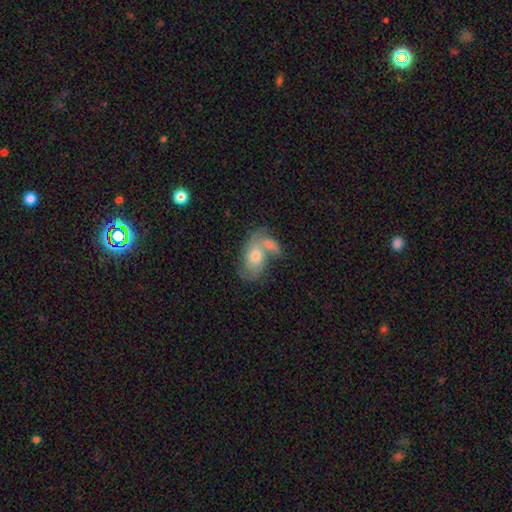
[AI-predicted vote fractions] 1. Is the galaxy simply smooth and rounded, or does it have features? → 49% featured or disk, 42% smooth, 8% star or artifact.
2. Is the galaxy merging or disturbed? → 51% merger, 29% none, 12% minor disturbance, 8% major disturbance.